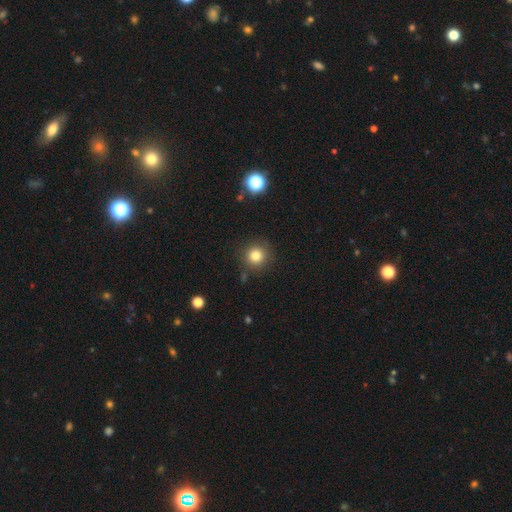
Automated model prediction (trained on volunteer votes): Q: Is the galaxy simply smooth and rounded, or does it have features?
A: smooth — 80%.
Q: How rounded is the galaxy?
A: round — 93%.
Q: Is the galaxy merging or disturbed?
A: none — 87%.